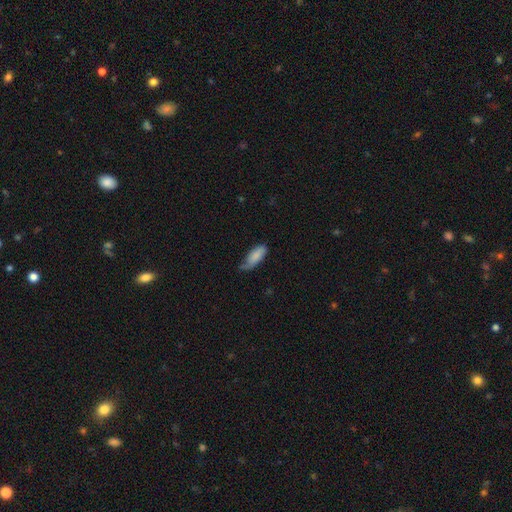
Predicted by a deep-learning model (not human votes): smooth_or_featured: smooth (p=0.79) [alt: featured or disk p=0.15]
how_rounded: in between (p=0.78) [alt: cigar-shaped p=0.20]
merging: none (p=0.44) [alt: minor disturbance p=0.41]